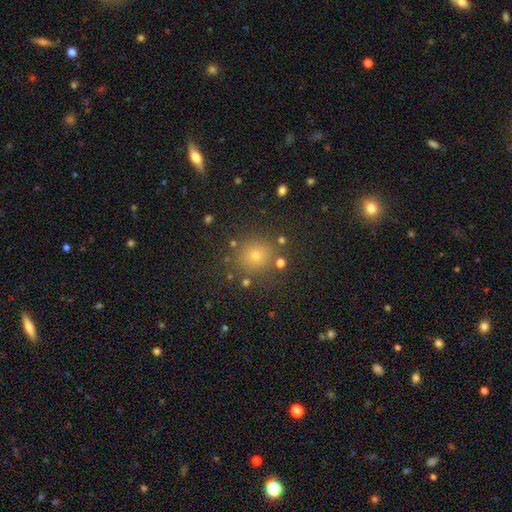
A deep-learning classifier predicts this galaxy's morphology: A smooth galaxy with no disk features (65%) that is round (90%). Merging: none (84%).